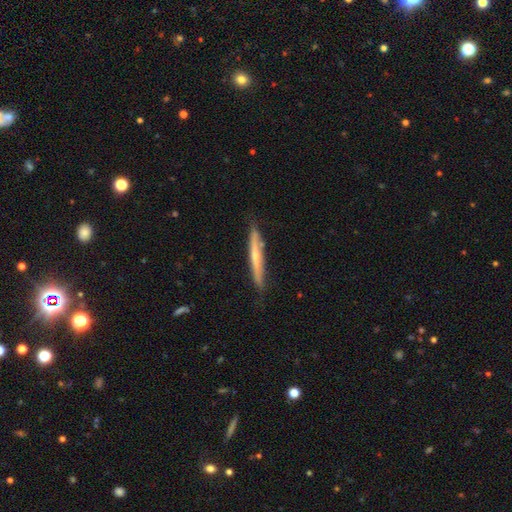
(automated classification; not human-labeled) This appears to be a featured or disk galaxy (55%) viewed edge-on (92%) with a rounded central bulge (59%). Merging: none (81%).